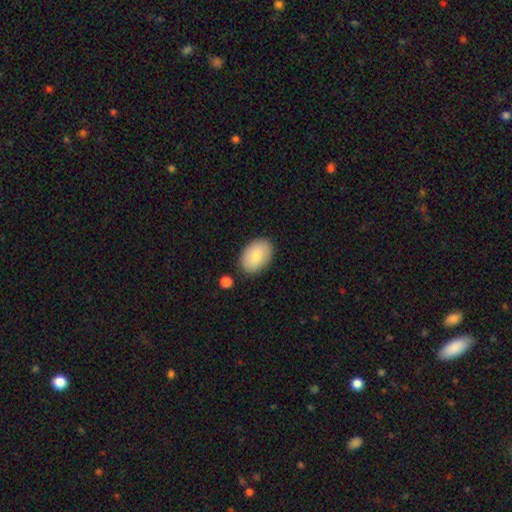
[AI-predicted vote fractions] This appears to be a smooth galaxy with no disk features (82%) that is in between round and cigar-shaped (90%). Merging: none (84%).